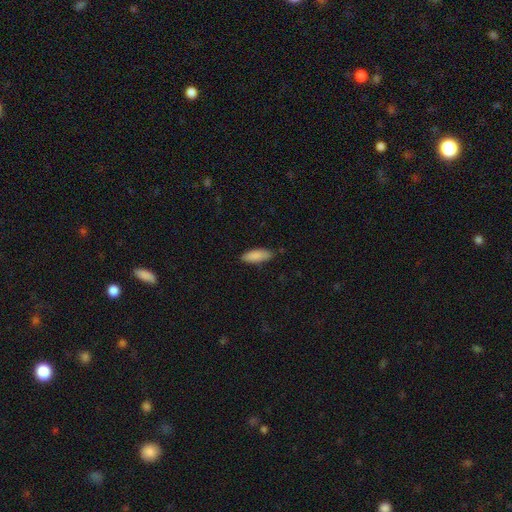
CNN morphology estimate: This is clearly a smooth galaxy (88%). How rounded: likely in between (65%). Merging: clearly none (81%).